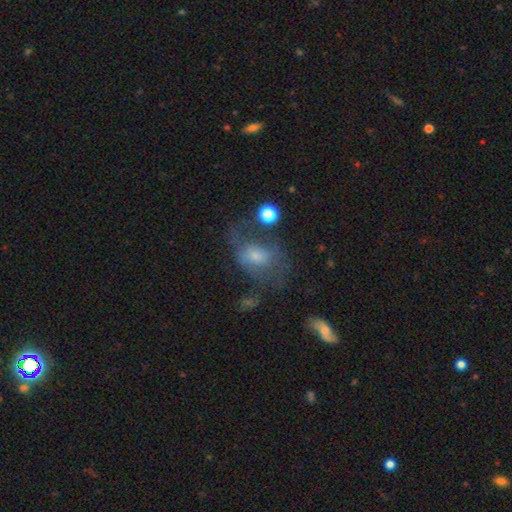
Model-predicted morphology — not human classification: smooth-or-featured: smooth: 46% | featured or disk: 40% | star or artifact: 15%
  merging: major disturbance: 36% (tied) | none: 36% (tied) | minor disturbance: 22% | merger: 7%